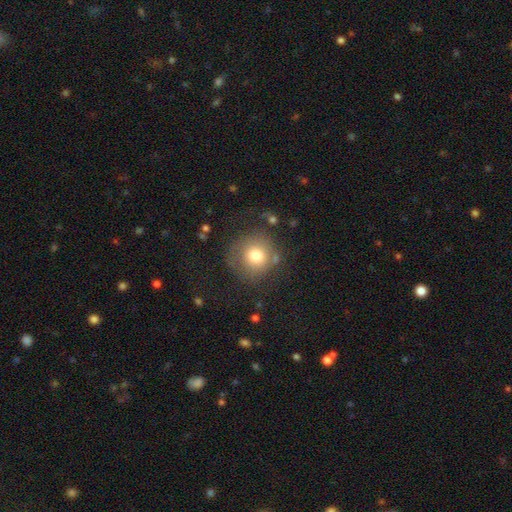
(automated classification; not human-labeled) A smooth galaxy with no disk features (75%) that is round (91%). Merging: none (67%).